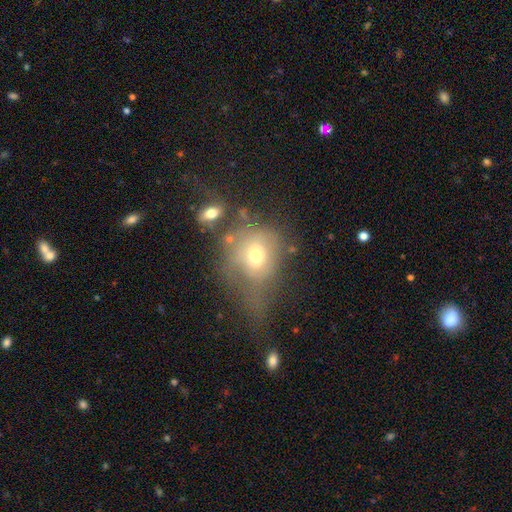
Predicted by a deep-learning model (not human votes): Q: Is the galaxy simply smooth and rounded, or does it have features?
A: smooth — 62%.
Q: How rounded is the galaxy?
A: round — 70%.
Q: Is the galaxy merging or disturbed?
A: major disturbance — 37%.